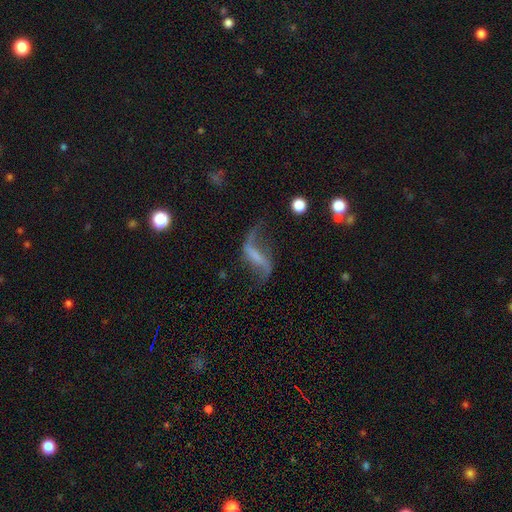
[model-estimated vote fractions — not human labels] smooth_or_featured: featured or disk (p=0.80) [alt: smooth p=0.11]
disk_edge_on: no (p=0.93) [alt: yes p=0.07]
bar: strong (p=0.54) [alt: weak p=0.27]
has_spiral_arms: yes (p=0.90) [alt: no p=0.10]
spiral_winding: loose (p=0.91) [alt: medium p=0.06]
spiral_arm_count: 2 (p=0.90) [alt: 1 p=0.05]
bulge_size: none (p=0.61) [alt: small p=0.24]
merging: none (p=0.60) [alt: major disturbance p=0.18]